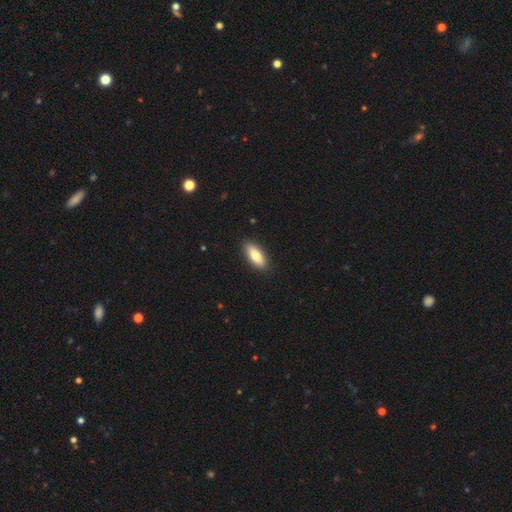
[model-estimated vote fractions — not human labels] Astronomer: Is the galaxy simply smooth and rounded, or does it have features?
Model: smooth — 77%.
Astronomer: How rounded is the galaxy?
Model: in between — 74%.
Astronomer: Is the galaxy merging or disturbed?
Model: none — 89%.